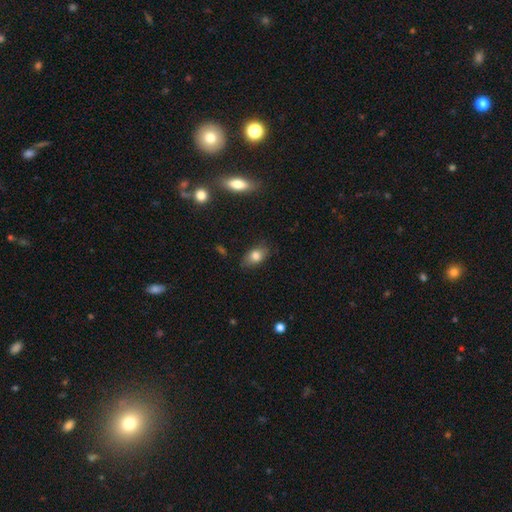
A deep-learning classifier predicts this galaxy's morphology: This appears to be a smooth galaxy with no disk features (79%) that is in between round and cigar-shaped (86%). Merging: none (80%).